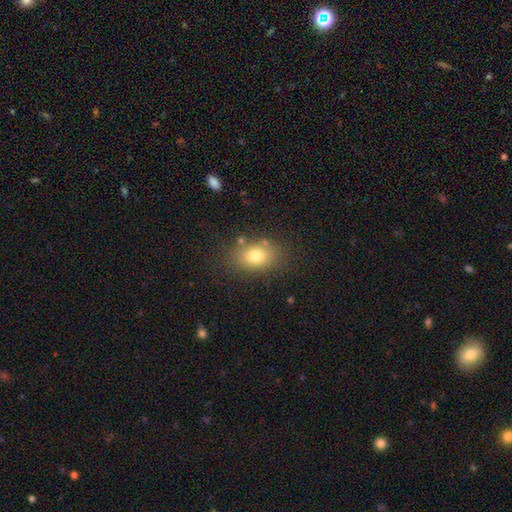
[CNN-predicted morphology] Smooth or featured? smooth (77%)
How rounded? in between (74%)
Merging? none (80%)